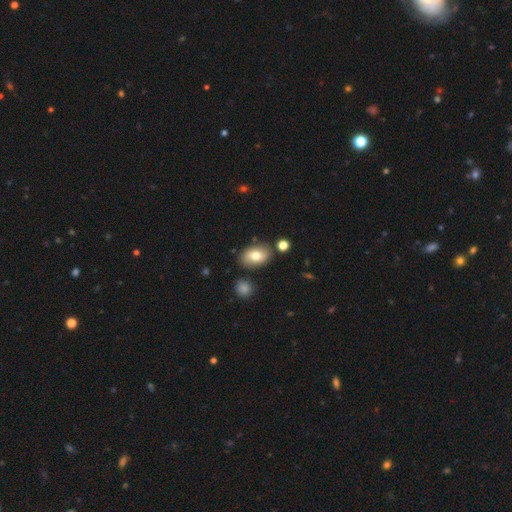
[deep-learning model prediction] Smooth or featured? smooth (74%)
How rounded? in between (84%)
Merging? none (80%)